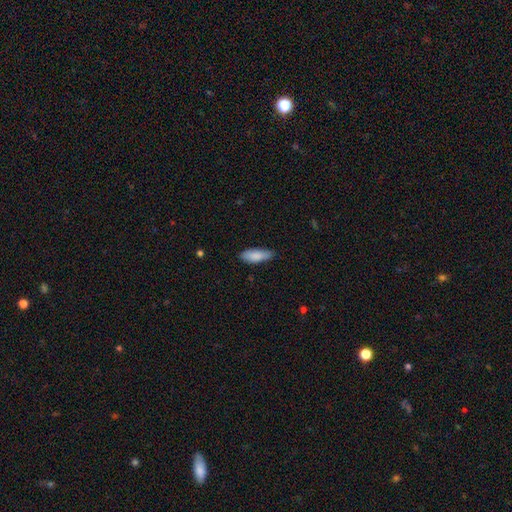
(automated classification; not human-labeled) A smooth galaxy with no disk features (86%) that is in between round and cigar-shaped (66%). Merging: none (76%).